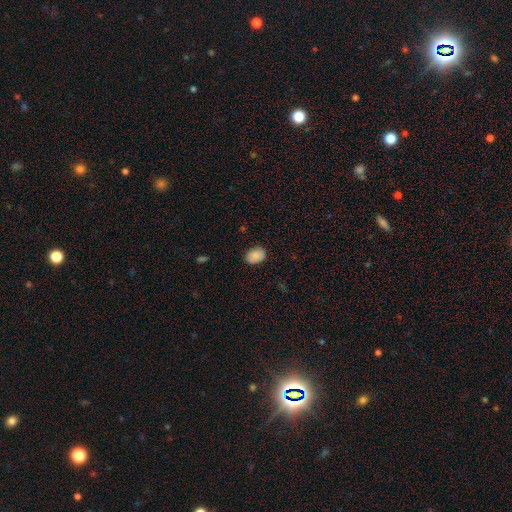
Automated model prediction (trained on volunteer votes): smooth_or_featured: smooth (p=0.86) [alt: star or artifact p=0.08]
how_rounded: in between (p=0.76) [alt: round p=0.23]
merging: none (p=0.83) [alt: minor disturbance p=0.13]